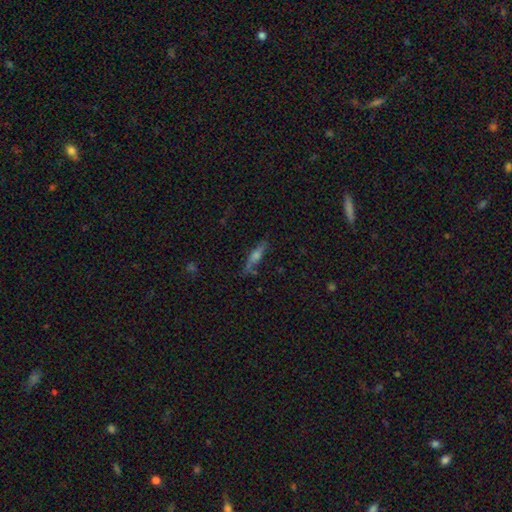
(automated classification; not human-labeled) The model was most divided on "smooth or featured": featured or disk: 54%, smooth: 36%, star or artifact: 10%. More confident: edge-on disk — yes (89%); merging — none (76%).